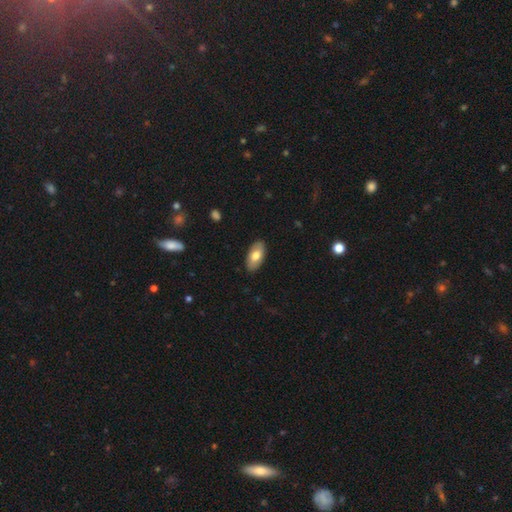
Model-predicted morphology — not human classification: Overall: smooth (72%). How rounded: in between (94%). Merging: none (88%).